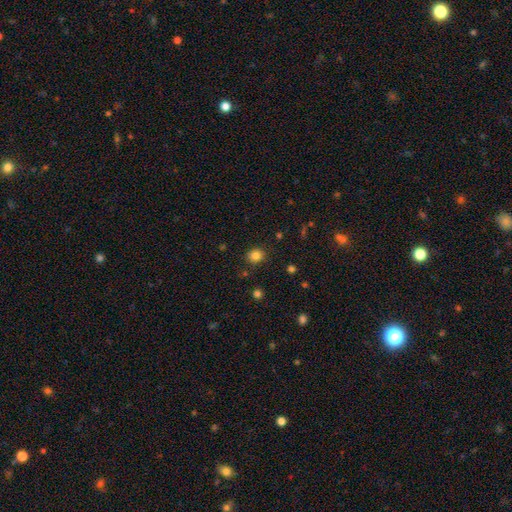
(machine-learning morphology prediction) Smooth or featured?
  - smooth: 83% *
  - star or artifact: 12%
  - featured or disk: 5%
How rounded?
  - round: 72% *
  - in between: 27%
  - cigar-shaped: 1%
Merging?
  - none: 86% *
  - minor disturbance: 9%
  - major disturbance: 3%
  - merger: 2%